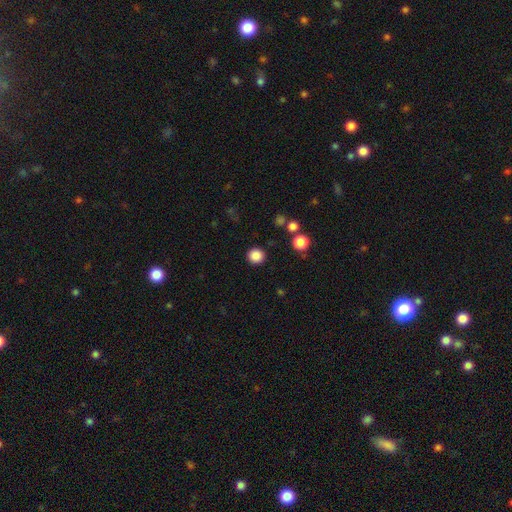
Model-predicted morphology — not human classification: Smooth or featured? Predicted: smooth (p=0.86). How rounded? Predicted: round (p=0.93). Merging? Predicted: none (p=0.91).